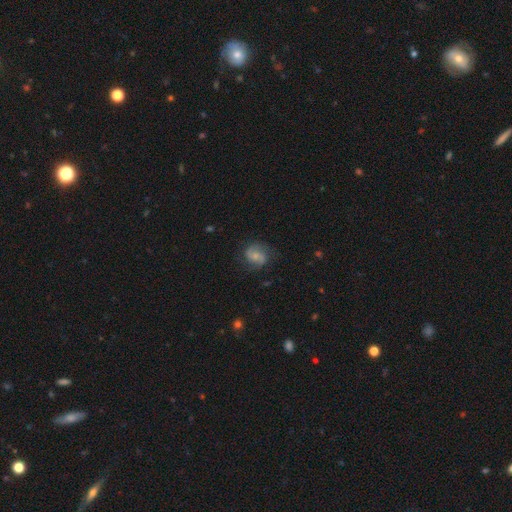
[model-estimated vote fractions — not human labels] smooth_or_featured: featured or disk (p=0.70) [alt: smooth p=0.23]
disk_edge_on: no (p=0.98) [alt: yes p=0.02]
bar: no (p=0.55) [alt: weak p=0.37]
has_spiral_arms: yes (p=0.93) [alt: no p=0.07]
spiral_winding: medium (p=0.50) [alt: loose p=0.27]
spiral_arm_count: 2 (p=0.88) [alt: can't tell p=0.06]
bulge_size: small (p=0.52) [alt: moderate p=0.36]
merging: none (p=0.75) [alt: minor disturbance p=0.17]